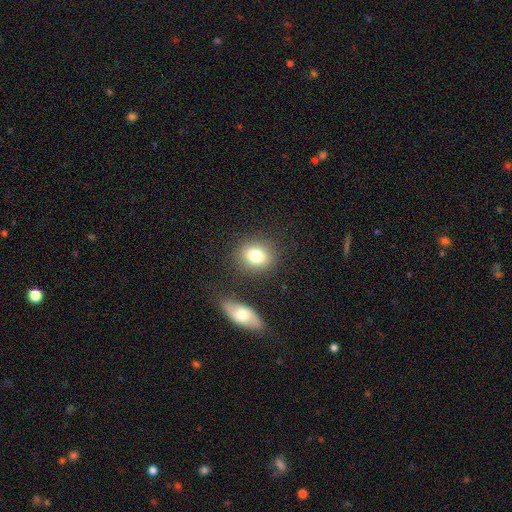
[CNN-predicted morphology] Smooth or featured? Predicted: smooth (p=0.79). How rounded? Predicted: round (p=0.59). Merging? Predicted: none (p=0.79).